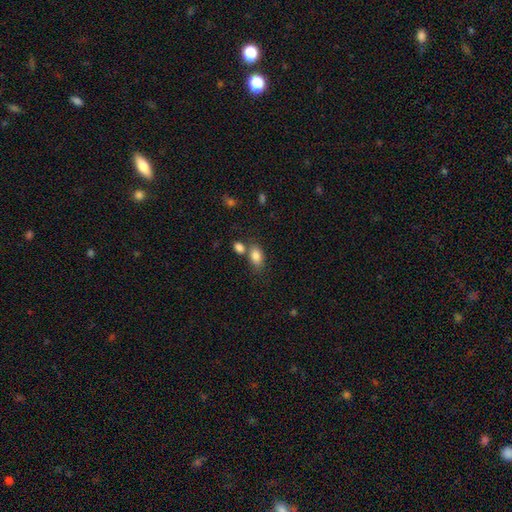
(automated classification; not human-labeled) Overall: smooth (83%). How rounded: in between (86%). Merging: none (56%; merger 27%).